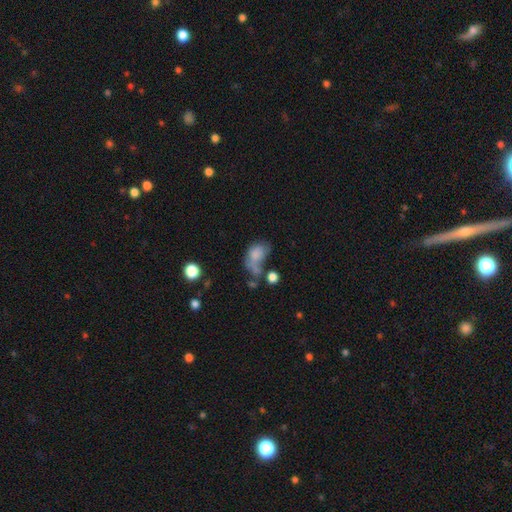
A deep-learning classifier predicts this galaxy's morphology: type=smooth (68%); roundness=in between (79%); merging=major disturbance (31%).